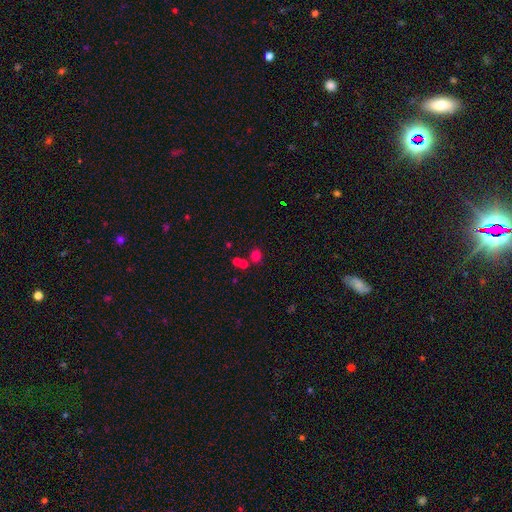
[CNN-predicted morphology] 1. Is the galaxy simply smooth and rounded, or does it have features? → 72% smooth, 21% star or artifact, 7% featured or disk.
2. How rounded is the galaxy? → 75% round, 24% in between, 1% cigar-shaped.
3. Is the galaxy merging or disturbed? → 71% none, 17% merger, 8% minor disturbance, 4% major disturbance.